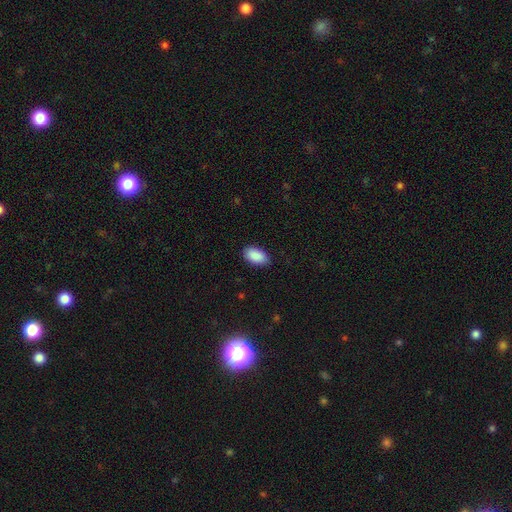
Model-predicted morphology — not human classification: Overall: smooth (90%). How rounded: in between (95%). Merging: none (86%).